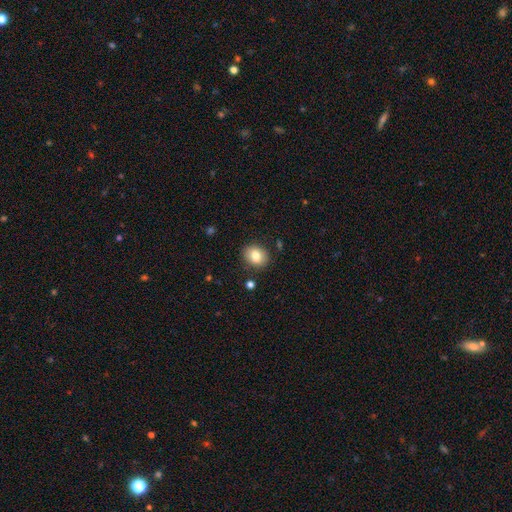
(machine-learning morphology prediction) The model was most divided on "how rounded": round: 51%, in between: 48%, cigar-shaped: 1%. More confident: merging — none (86%); smooth or featured — smooth (81%).